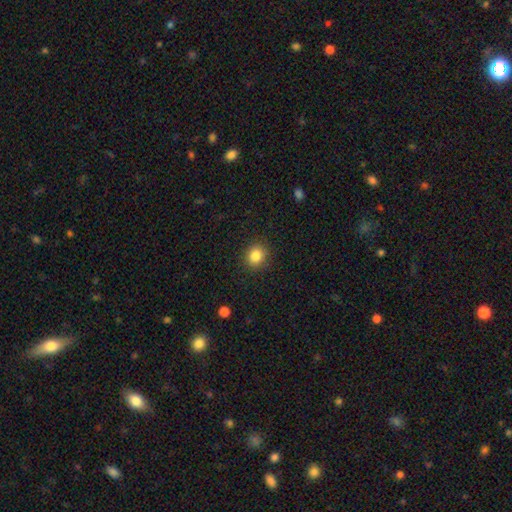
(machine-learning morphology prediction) A smooth galaxy with no disk features (85%) that is round (82%).

Vote fractions:
- Smooth or featured? smooth: 85% / star or artifact: 10% / featured or disk: 5%
- How rounded? round: 82% / in between: 17% / cigar-shaped: 1%
- Merging? none: 89% / minor disturbance: 7% / major disturbance: 2% / merger: 1%